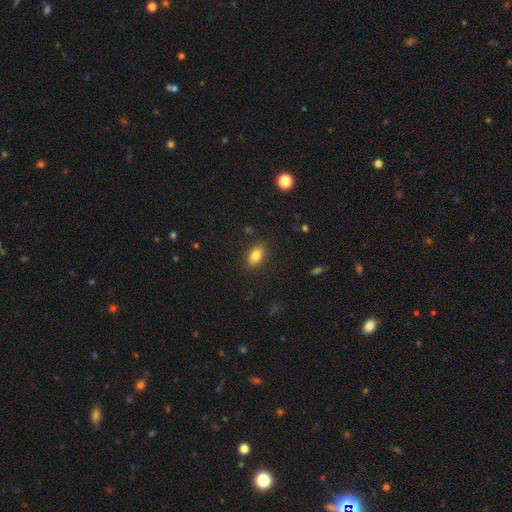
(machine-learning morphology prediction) Smooth or featured: smooth — 81% (featured or disk — 9%)
How rounded: in between — 85% (round — 12%)
Merging: none — 87% (minor disturbance — 9%)